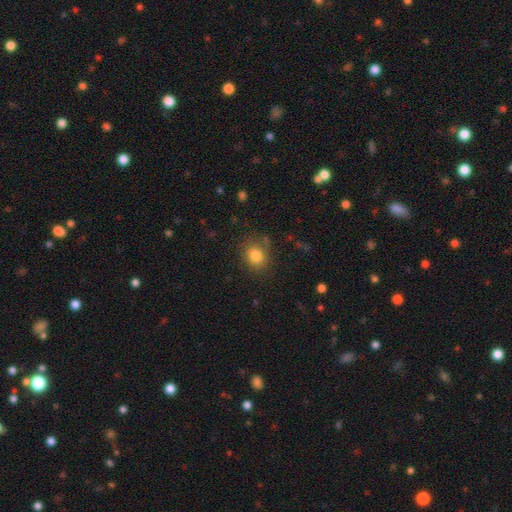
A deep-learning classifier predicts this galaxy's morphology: Smooth or featured? smooth (82%)
How rounded? round (68%)
Merging? none (78%)